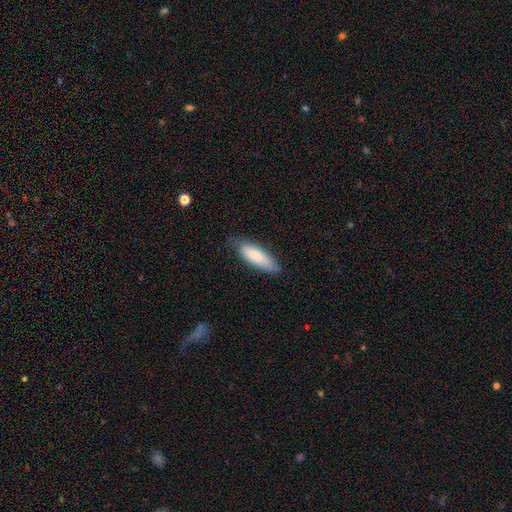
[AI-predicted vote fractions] Smooth or featured? smooth (80%)
How rounded? in between (57%)
Merging? none (75%)